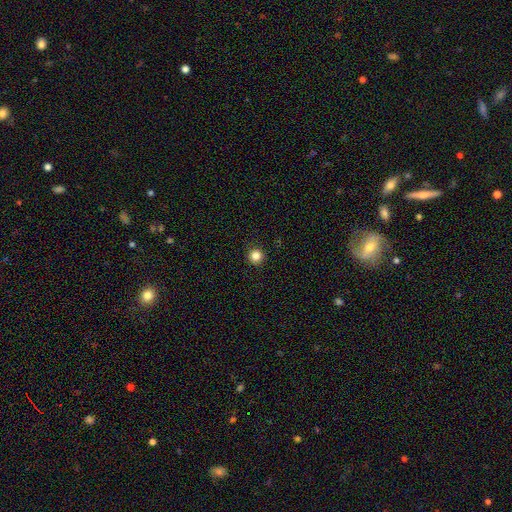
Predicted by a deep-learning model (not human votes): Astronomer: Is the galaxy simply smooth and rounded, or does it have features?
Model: smooth — 84%.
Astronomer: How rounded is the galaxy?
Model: round — 95%.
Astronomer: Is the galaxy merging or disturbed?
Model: none — 92%.